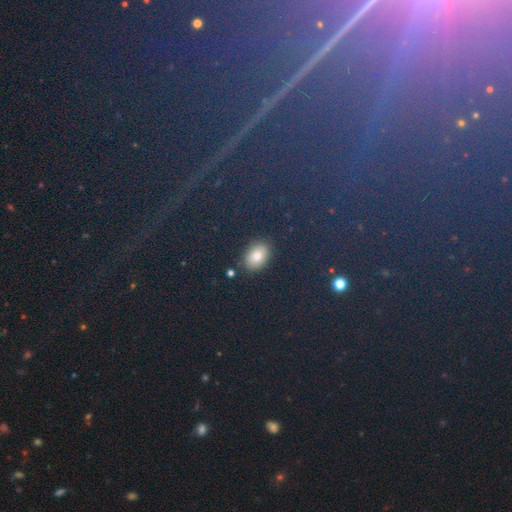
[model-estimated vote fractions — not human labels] Smooth or featured?
  - star or artifact: 68% *
  - smooth: 24%
  - featured or disk: 8%